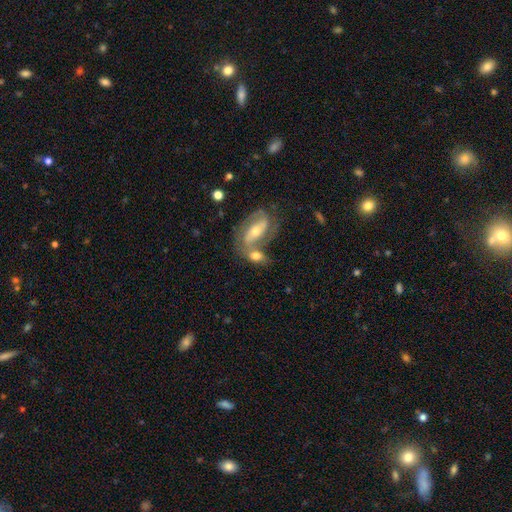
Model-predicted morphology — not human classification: A featured or disk galaxy (51%). Merging: merger (51%).